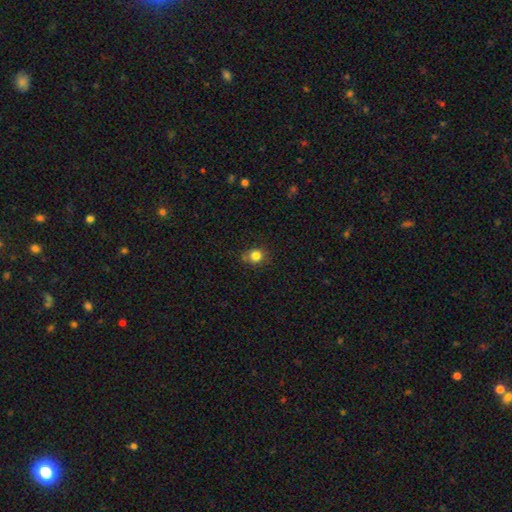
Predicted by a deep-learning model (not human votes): Smooth or featured: smooth — 83% (star or artifact — 12%)
How rounded: round — 80% (in between — 19%)
Merging: none — 75% (minor disturbance — 19%)